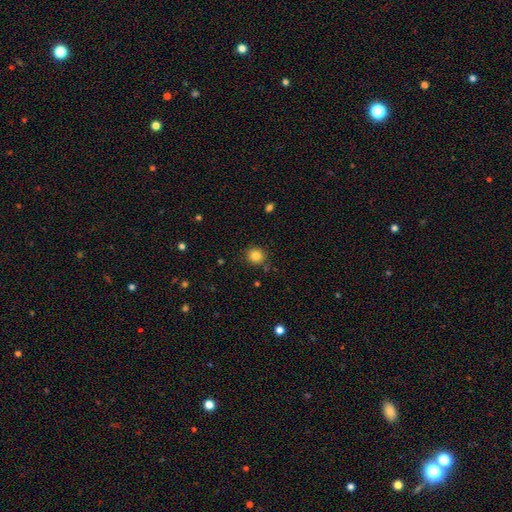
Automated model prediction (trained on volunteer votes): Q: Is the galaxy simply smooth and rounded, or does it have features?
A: smooth — 83%.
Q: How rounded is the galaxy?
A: round — 89%.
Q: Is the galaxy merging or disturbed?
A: none — 87%.